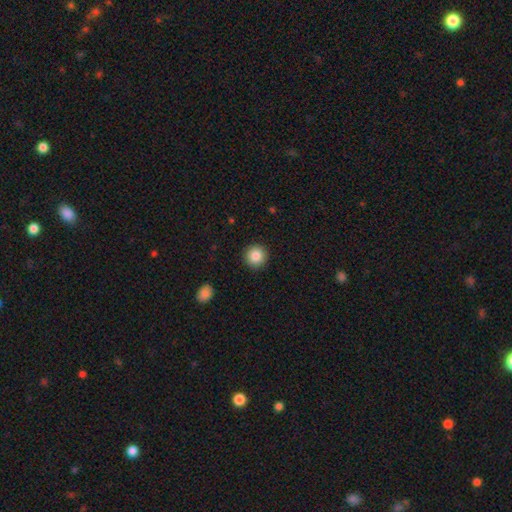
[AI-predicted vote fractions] smooth 86%, star or artifact 9%, featured or disk 5%. Down the decision tree: how rounded — round (95%); merging — none (92%).